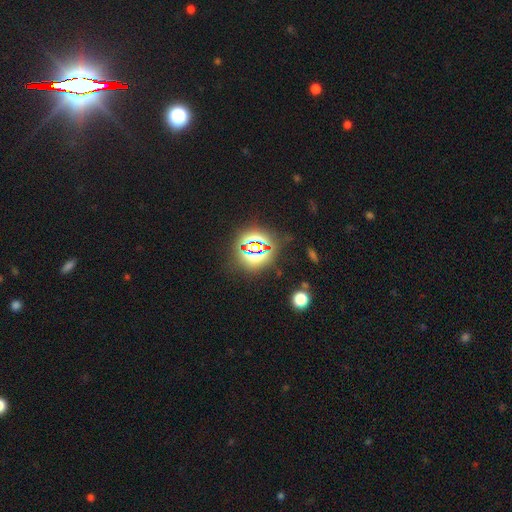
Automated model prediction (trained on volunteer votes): This appears to be a star or artifact, not a galaxy (74%).